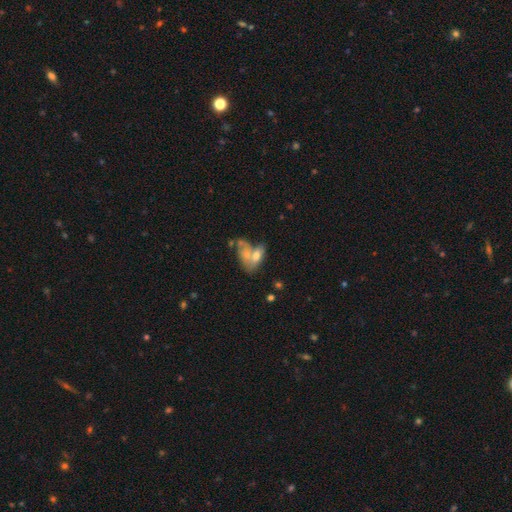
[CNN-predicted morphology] featured or disk 42%, smooth 29%, star or artifact 28%. Down the decision tree: merging — merger (35%).